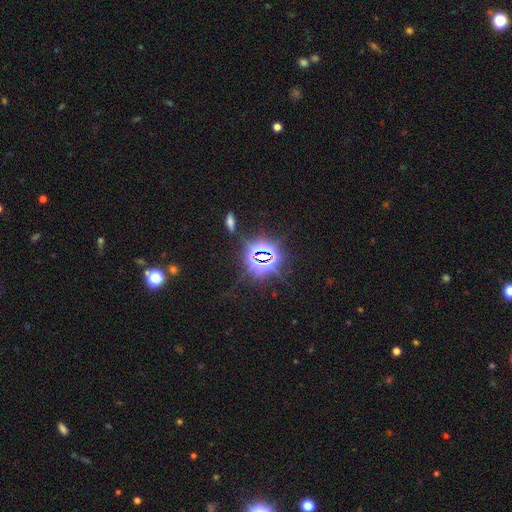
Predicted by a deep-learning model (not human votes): A star or artifact, not a galaxy (81%).

Vote fractions:
- Smooth or featured? star or artifact: 81% / smooth: 11% / featured or disk: 8%